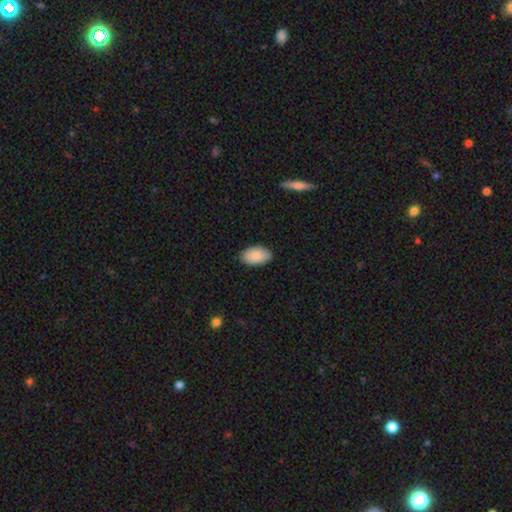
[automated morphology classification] The model was most divided on "merging": none: 86%, minor disturbance: 11%, major disturbance: 2%, merger: 1%. More confident: how rounded — in between (95%); smooth or featured — smooth (88%).